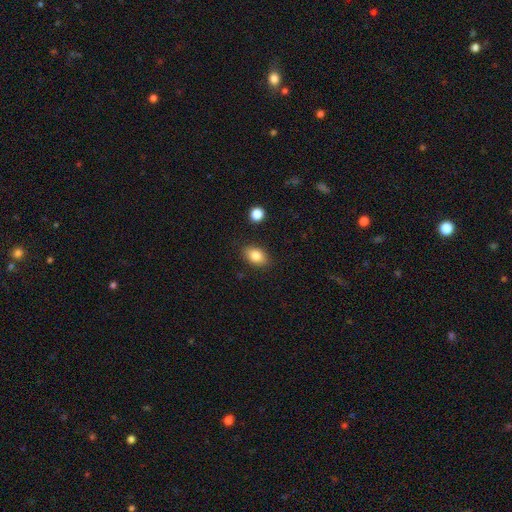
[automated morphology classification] Smooth or featured? Predicted: smooth (p=0.83). How rounded? Predicted: in between (p=0.83). Merging? Predicted: none (p=0.85).